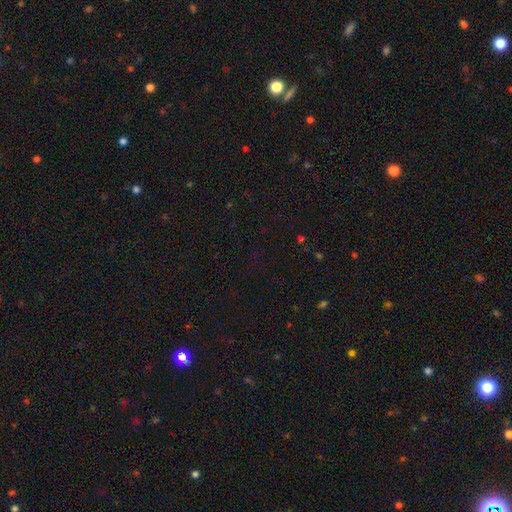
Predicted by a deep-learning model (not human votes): This is likely a star or artifact rather than a galaxy (69%).